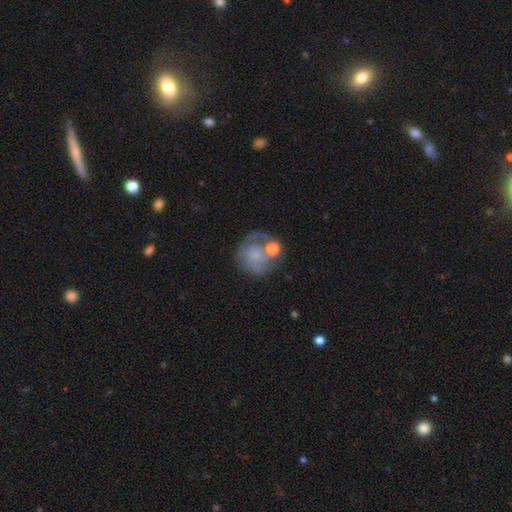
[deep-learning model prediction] This appears to be a smooth galaxy with no disk features (48%). Merging: none (40%).